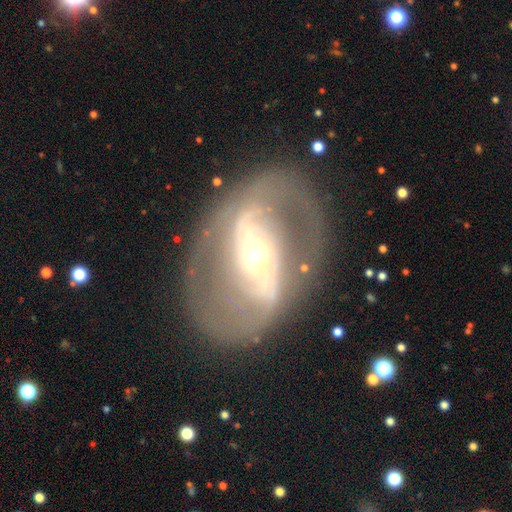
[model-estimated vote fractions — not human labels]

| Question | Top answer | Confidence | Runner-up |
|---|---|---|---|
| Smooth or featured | featured or disk | 82% | smooth (12%) |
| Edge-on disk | no | 95% | yes (5%) |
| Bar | strong | 48% | weak (29%) |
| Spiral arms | yes | 75% | no (25%) |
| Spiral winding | medium | 44% | loose (30%) |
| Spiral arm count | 2 | 84% | can't tell (9%) |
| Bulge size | small | 51% | moderate (38%) |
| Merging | none | 75% | minor disturbance (13%) |